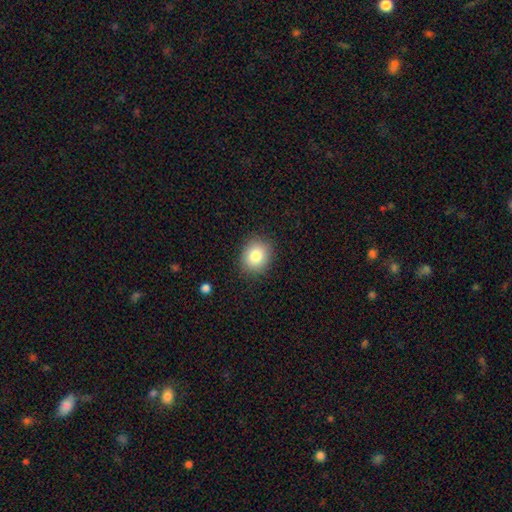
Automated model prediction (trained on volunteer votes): Q: Smooth or featured?
A: smooth (83%); runner-up: star or artifact (9%)
Q: How rounded?
A: round (69%); runner-up: in between (30%)
Q: Merging?
A: none (88%); runner-up: minor disturbance (8%)